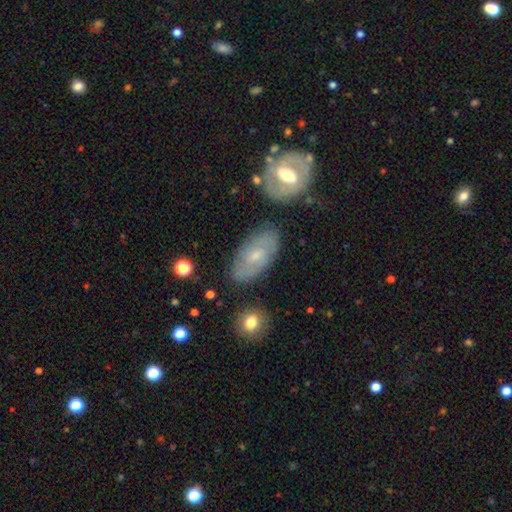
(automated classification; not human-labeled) This is possibly a featured or disk galaxy (56%). It is clearly not viewed edge-on (90%). Bar: possibly no (56%). Spiral arm pattern: likely yes (74%). Central bulge: possibly small (57%). Merging: likely none (76%).